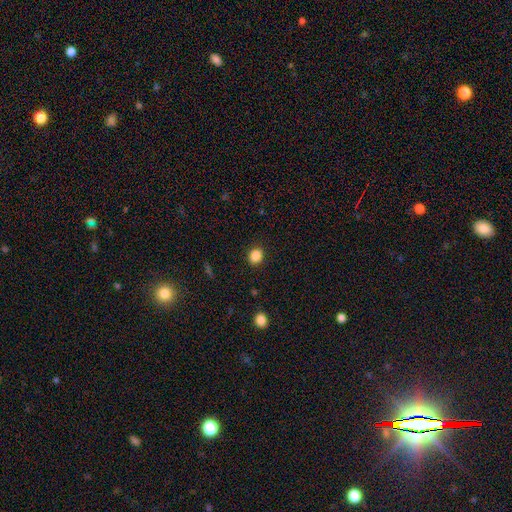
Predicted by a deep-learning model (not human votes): Morphology: type=smooth (87%); roundness=round (73%); merging=none (90%).